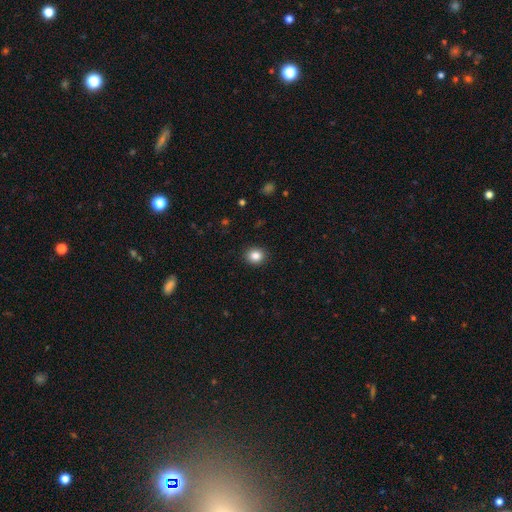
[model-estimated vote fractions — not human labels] Overall: smooth (85%). How rounded: round (80%). Merging: none (92%).